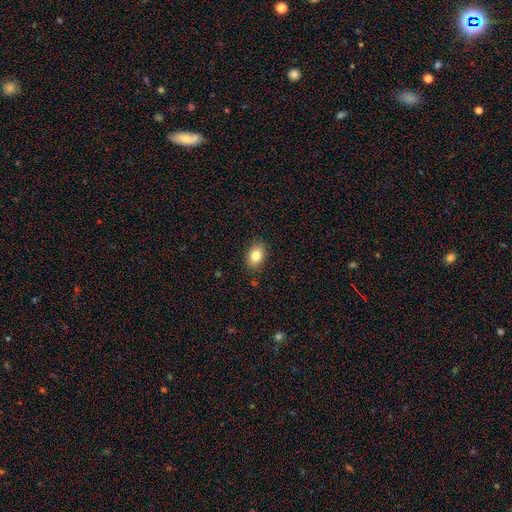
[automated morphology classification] This appears to be a smooth galaxy with no disk features (82%) that is in between round and cigar-shaped (81%). Merging: none (87%).